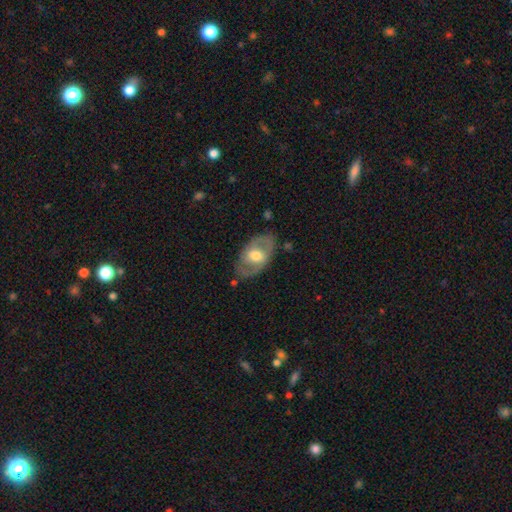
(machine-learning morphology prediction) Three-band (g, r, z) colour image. It shows a featured or disk galaxy (63%) with no bar (45%), spiral arms (52%) and a moderate central bulge (67%). Merging: none (75%).